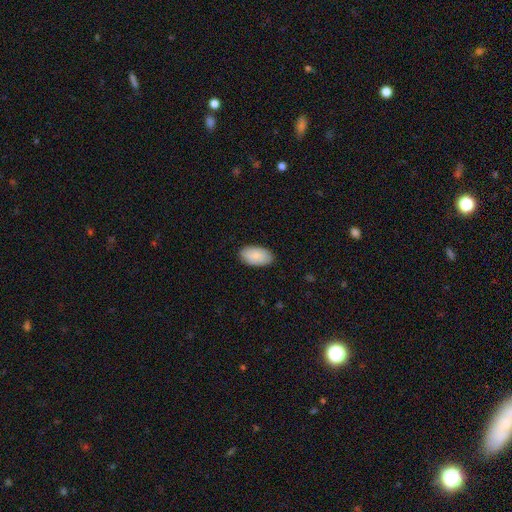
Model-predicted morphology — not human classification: smooth-or-featured: smooth: 85% | featured or disk: 10% | star or artifact: 6%
  how-rounded: in between: 95% | round: 3% | cigar-shaped: 2%
  merging: none: 86% | minor disturbance: 11% | major disturbance: 2% | merger: 1%